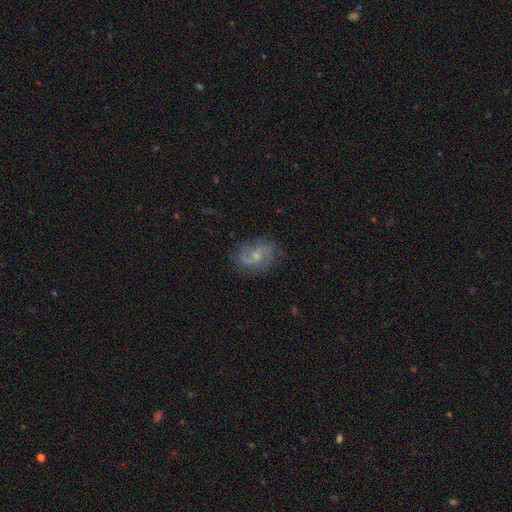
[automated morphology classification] A featured or disk galaxy (72%) with no bar (56%), 2 (65%) medium (43%) spiral arms (91%) and a small central bulge (57%).

Vote fractions:
- Smooth or featured? featured or disk: 72% / smooth: 20% / star or artifact: 9%
- Edge-on disk? no: 97% / yes: 3%
- Bar? no: 56% / weak: 38% / strong: 6%
- Spiral arms? yes: 91% / no: 9%
- Spiral winding? medium: 43% / loose: 39% / tight: 18%
- Spiral arm count? 2: 65% / can't tell: 16% / 3: 9% / 1: 5% / 4: 3% / more than 4: 3%
- Bulge size? small: 57% / moderate: 34% / none: 7% / large: 2% / dominant: 1%
- Merging? none: 73% / minor disturbance: 18% / major disturbance: 8% / merger: 1%